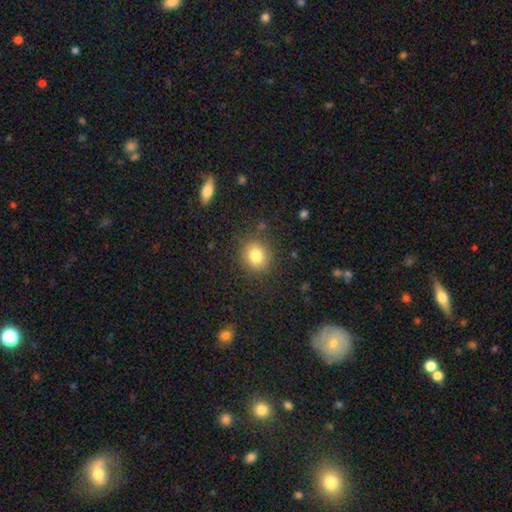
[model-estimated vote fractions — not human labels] Q: Smooth or featured?
A: smooth (81%); runner-up: star or artifact (11%)
Q: How rounded?
A: round (80%); runner-up: in between (20%)
Q: Merging?
A: none (85%); runner-up: minor disturbance (10%)